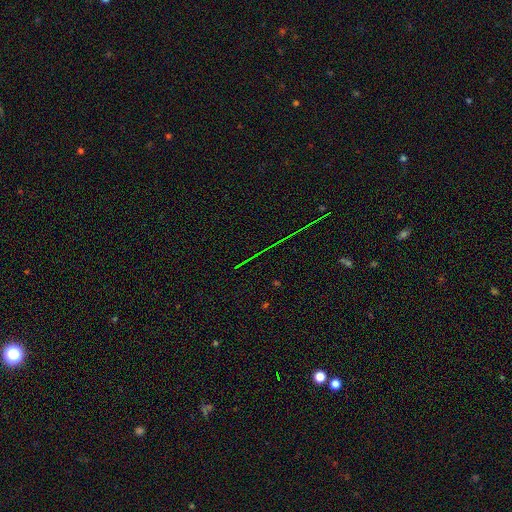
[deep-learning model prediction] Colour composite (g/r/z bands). It shows a star or artifact, not a galaxy (80%).